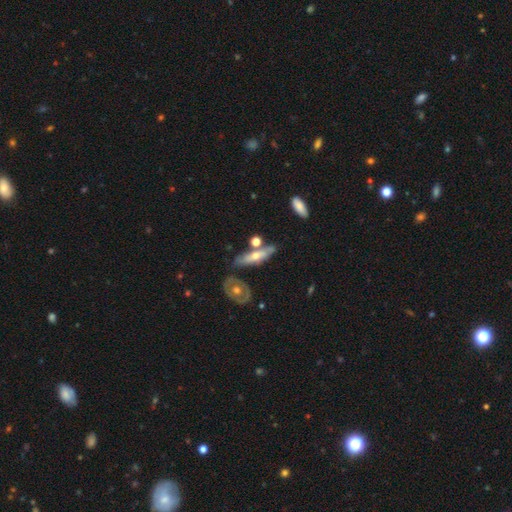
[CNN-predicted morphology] Smooth or featured: featured or disk — 54% (smooth — 39%)
Edge-on disk: yes — 61% (no — 39%)
Merging: none — 62% (minor disturbance — 17%)